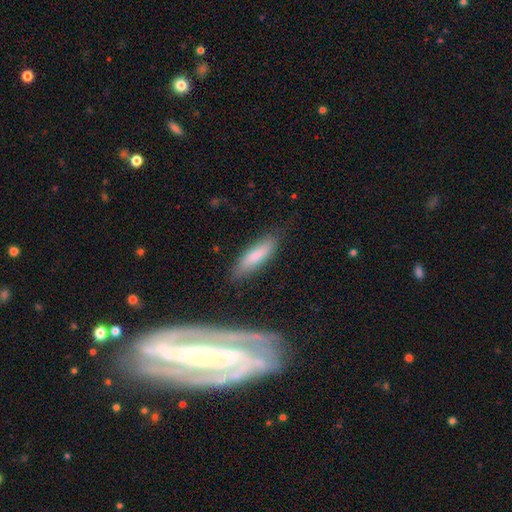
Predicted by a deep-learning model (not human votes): This is likely a smooth galaxy (77%). How rounded: likely cigar-shaped (61%). Merging: likely none (77%).